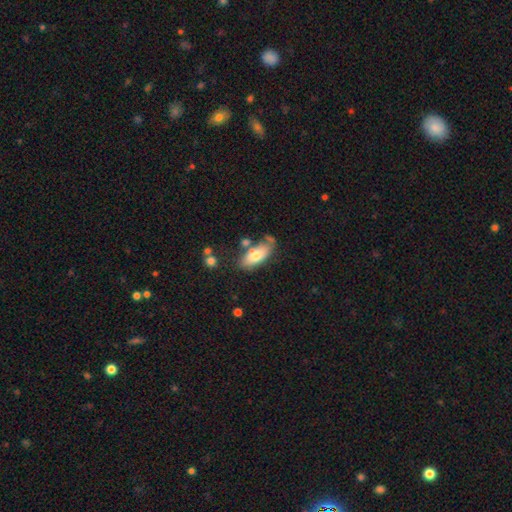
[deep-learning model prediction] Morphology: type=smooth (70%); roundness=in between (83%); merging=none (57%).